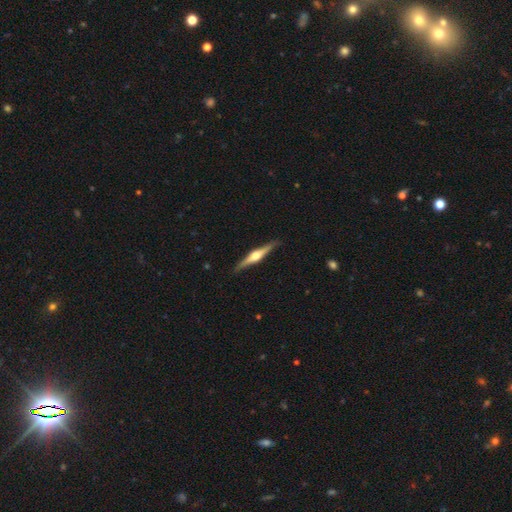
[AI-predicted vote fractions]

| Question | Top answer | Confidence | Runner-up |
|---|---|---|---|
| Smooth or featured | featured or disk | 77% | smooth (18%) |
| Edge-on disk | yes | 98% | no (2%) |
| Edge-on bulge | rounded | 94% | boxy (4%) |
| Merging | none | 90% | minor disturbance (8%) |